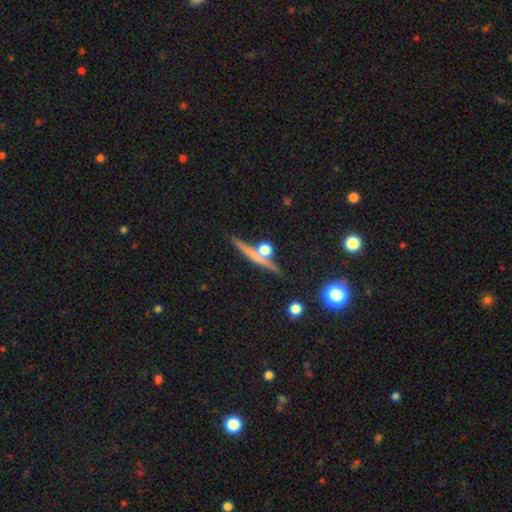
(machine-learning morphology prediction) The model was most divided on "smooth or featured": featured or disk: 51%, smooth: 38%, star or artifact: 12%. More confident: edge-on disk — yes (92%); merging — none (73%).